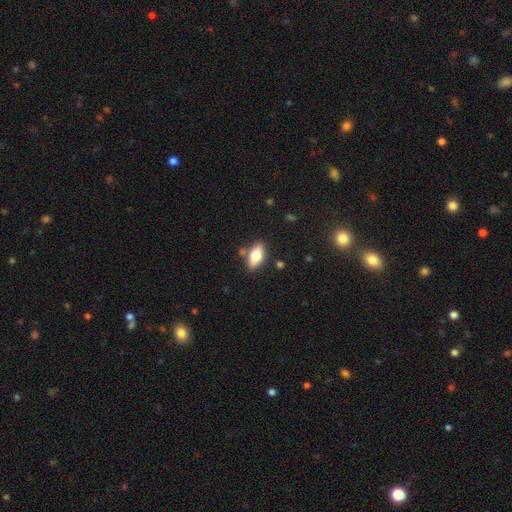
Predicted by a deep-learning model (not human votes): A smooth galaxy with no disk features (68%) that is in between round and cigar-shaped (85%). Merging: none (81%).